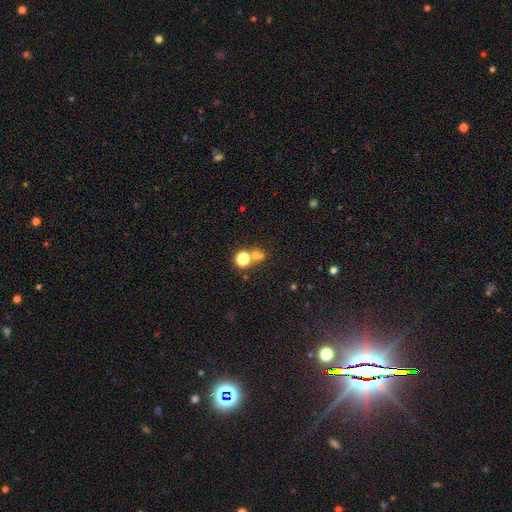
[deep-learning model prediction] smooth 62%, star or artifact 28%, featured or disk 10%. Down the decision tree: how rounded — round (81%); merging — none (50%).